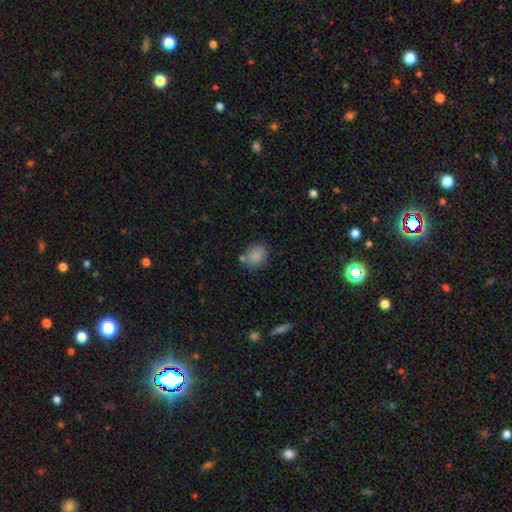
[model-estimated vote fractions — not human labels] smooth-or-featured: smooth: 85% | star or artifact: 9% | featured or disk: 6%
  how-rounded: round: 49% (tied) | in between: 49% (tied) | cigar-shaped: 1%
  merging: none: 73% | minor disturbance: 14% | merger: 10% | major disturbance: 4%